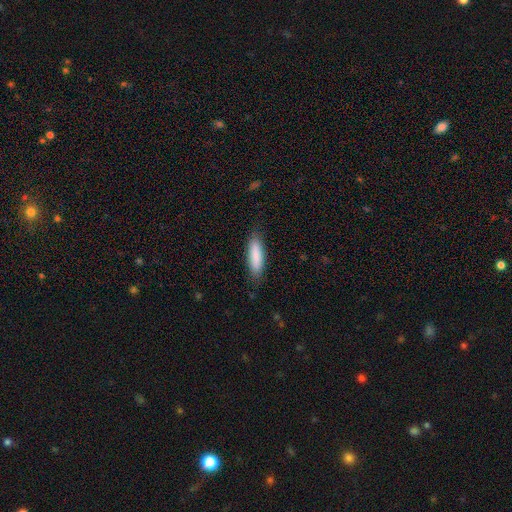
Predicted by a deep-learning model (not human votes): The model was most divided on "how rounded": cigar-shaped: 58%, in between: 40%, round: 1%. More confident: smooth or featured — smooth (86%); merging — none (84%).